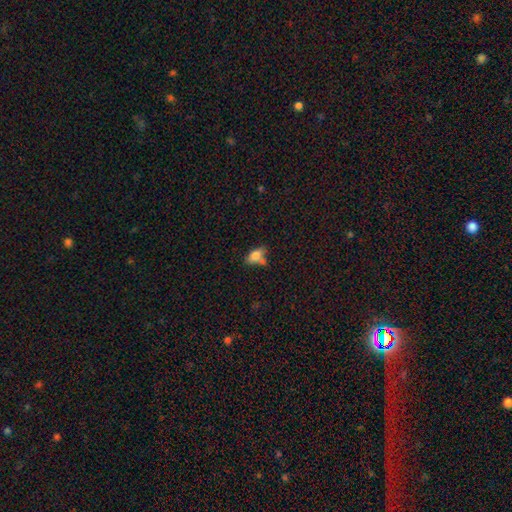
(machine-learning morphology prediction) This is likely a smooth galaxy (73%). How rounded: clearly in between (84%). Merging: possibly none (47%).